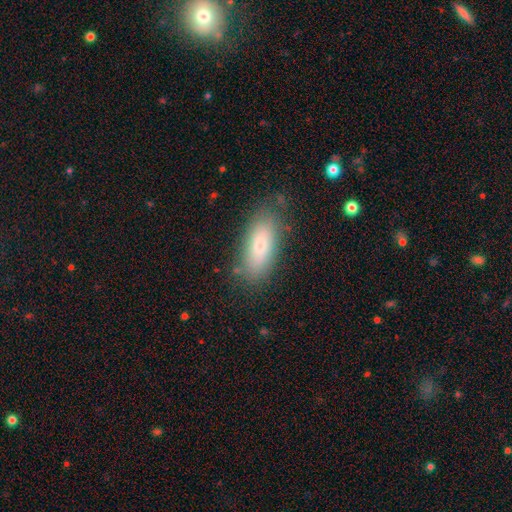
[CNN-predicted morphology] A smooth galaxy with no disk features (75%) that is in between round and cigar-shaped (81%).

Vote fractions:
- Smooth or featured? smooth: 75% / featured or disk: 18% / star or artifact: 8%
- How rounded? in between: 81% / cigar-shaped: 16% / round: 3%
- Merging? none: 77% / minor disturbance: 16% / major disturbance: 5% / merger: 2%